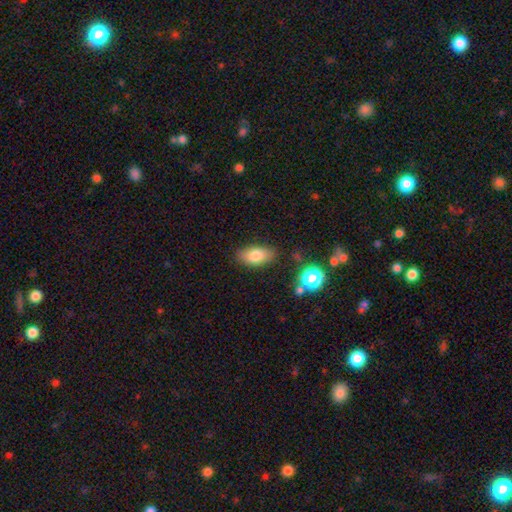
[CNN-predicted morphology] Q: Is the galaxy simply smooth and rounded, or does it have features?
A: smooth — 80%.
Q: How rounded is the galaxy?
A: in between — 90%.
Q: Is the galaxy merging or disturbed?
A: none — 81%.